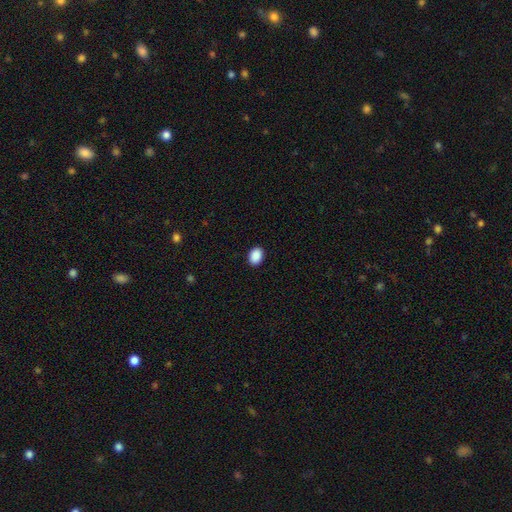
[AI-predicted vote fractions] A smooth galaxy with no disk features (90%) that is in between round and cigar-shaped (70%). Merging: none (90%).